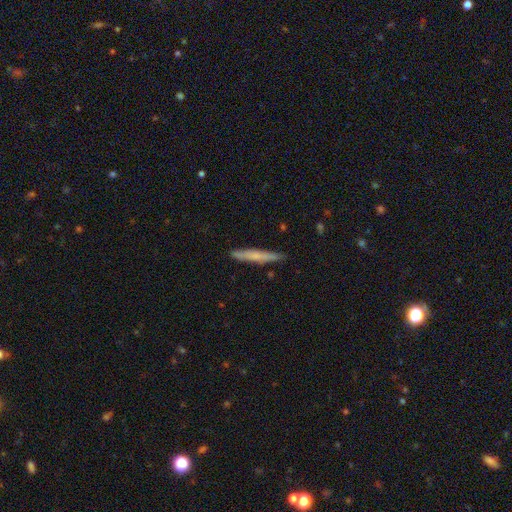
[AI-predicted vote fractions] smooth 61%, featured or disk 33%, star or artifact 6%. Down the decision tree: how rounded — cigar-shaped (95%); merging — none (87%).